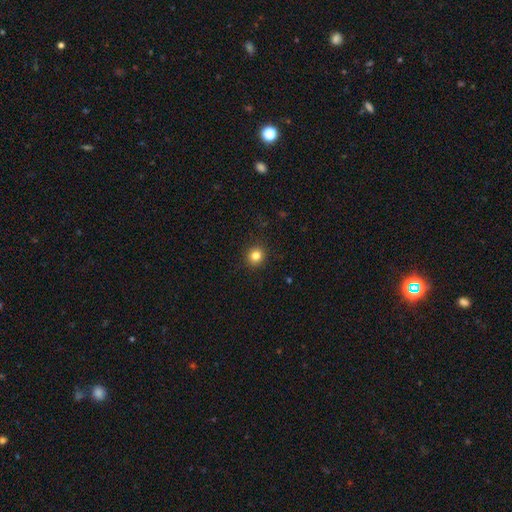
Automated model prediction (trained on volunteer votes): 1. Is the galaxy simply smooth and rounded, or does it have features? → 83% smooth, 12% star or artifact, 5% featured or disk.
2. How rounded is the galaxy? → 91% round, 8% in between, 1% cigar-shaped.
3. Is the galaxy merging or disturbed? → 92% none, 5% minor disturbance, 2% major disturbance, 1% merger.